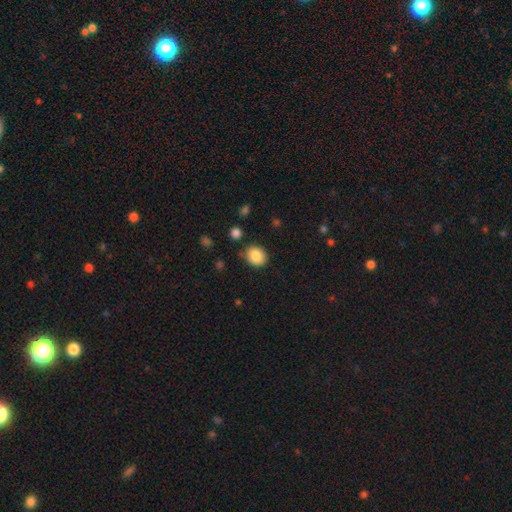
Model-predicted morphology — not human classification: This appears to be a smooth galaxy with no disk features (87%) that is round (61%). Merging: none (82%).